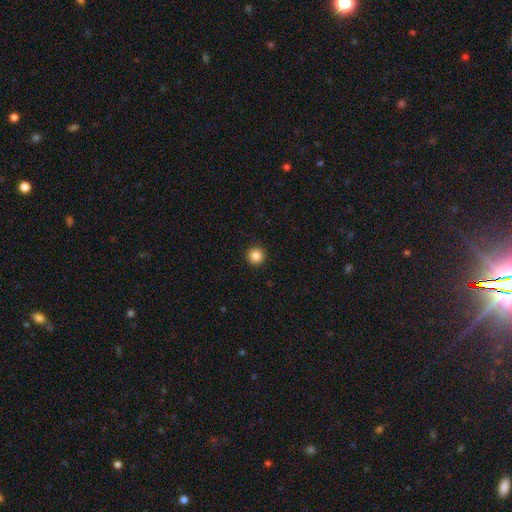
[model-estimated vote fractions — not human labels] Smooth or featured? Predicted: smooth (p=0.86). How rounded? Predicted: round (p=0.96). Merging? Predicted: none (p=0.94).